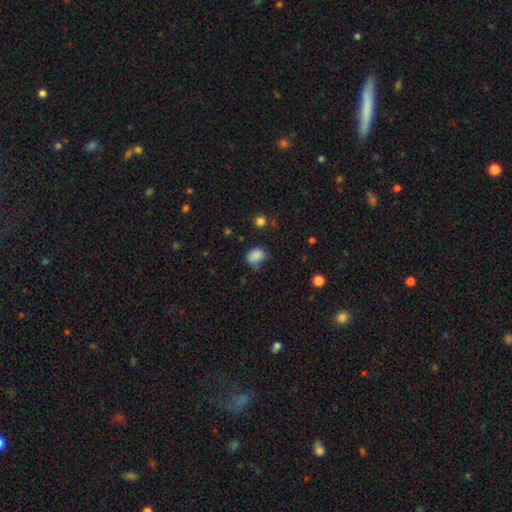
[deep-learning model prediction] Smooth or featured: smooth — 83% (star or artifact — 11%)
How rounded: in between — 60% (round — 40%)
Merging: none — 54% (minor disturbance — 32%)